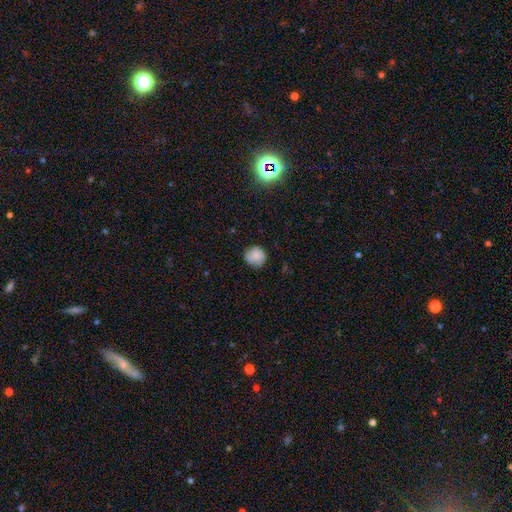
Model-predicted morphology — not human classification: Smooth or featured: smooth — 81% (featured or disk — 10%)
How rounded: round — 90% (in between — 9%)
Merging: none — 76% (minor disturbance — 19%)